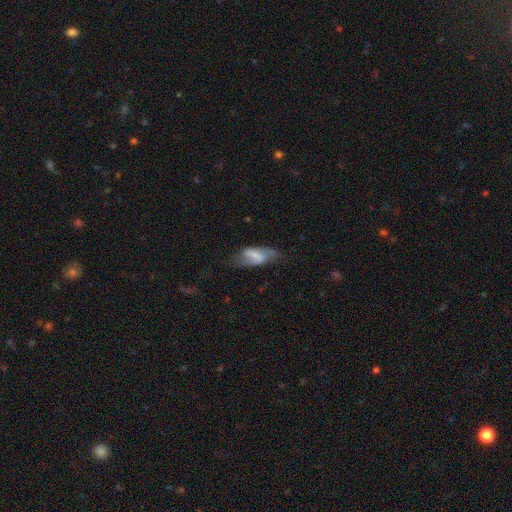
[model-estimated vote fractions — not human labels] Overall: featured or disk (50%; smooth 42%). Edge-on disk: no (89%). Merging: none (51%; minor disturbance 29%).